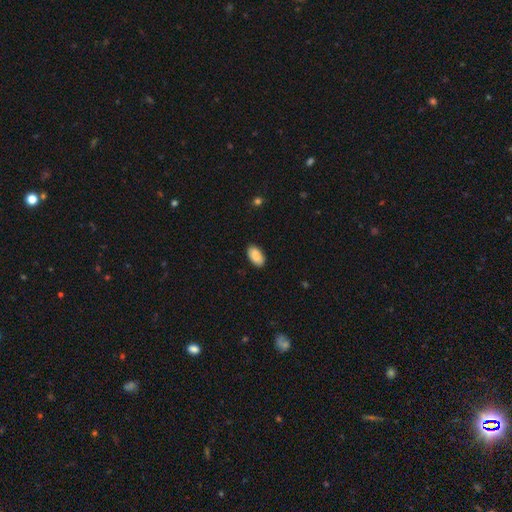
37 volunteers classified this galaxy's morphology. This appears to be a smooth galaxy with no disk features (86%) that is in between round and cigar-shaped (97%). Merging: none (94%).